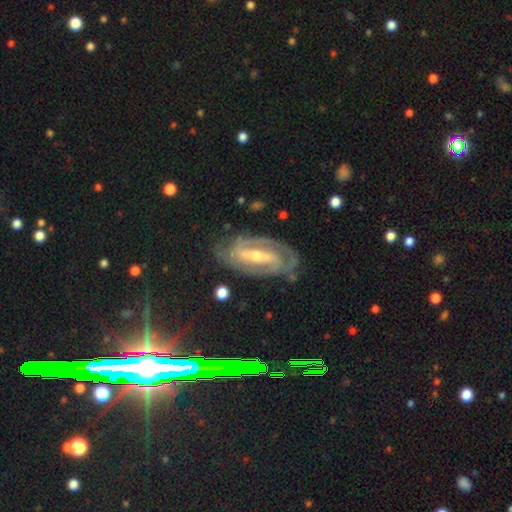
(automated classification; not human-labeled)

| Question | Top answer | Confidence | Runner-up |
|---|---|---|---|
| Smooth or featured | featured or disk | 80% | star or artifact (12%) |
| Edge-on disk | no | 92% | yes (8%) |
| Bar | strong | 46% | weak (38%) |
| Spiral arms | yes | 95% | no (5%) |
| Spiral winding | tight | 61% | medium (31%) |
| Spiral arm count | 2 | 48% | can't tell (24%) |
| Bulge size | small | 55% | moderate (40%) |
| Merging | none | 74% | minor disturbance (16%) |